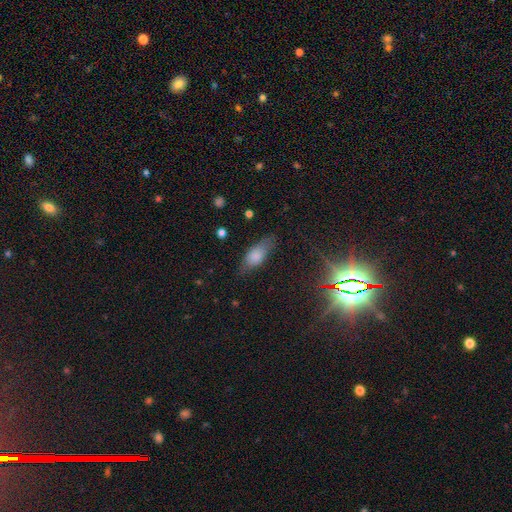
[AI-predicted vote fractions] Q: Smooth or featured?
A: smooth (76%); runner-up: featured or disk (15%)
Q: How rounded?
A: in between (78%); runner-up: cigar-shaped (19%)
Q: Merging?
A: none (68%); runner-up: minor disturbance (24%)